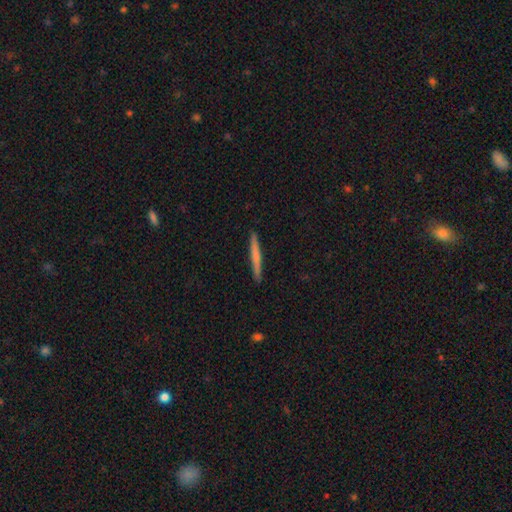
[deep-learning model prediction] smooth_or_featured: smooth (p=0.61) [alt: featured or disk p=0.34]
how_rounded: cigar-shaped (p=0.97) [alt: in between p=0.02]
merging: none (p=0.92) [alt: minor disturbance p=0.06]